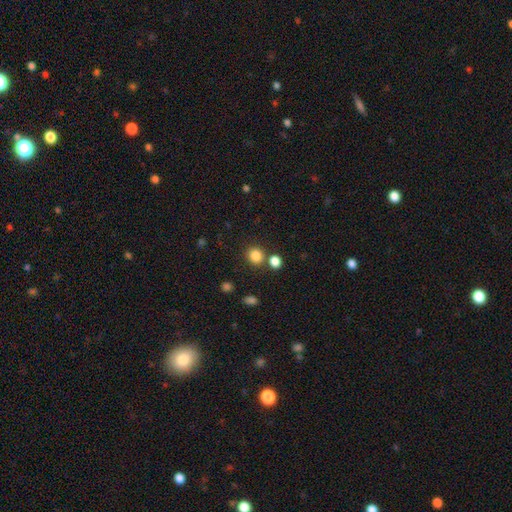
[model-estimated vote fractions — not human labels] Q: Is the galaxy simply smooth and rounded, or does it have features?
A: smooth — 84%.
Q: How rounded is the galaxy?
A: round — 82%.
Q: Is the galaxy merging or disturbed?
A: none — 76%.